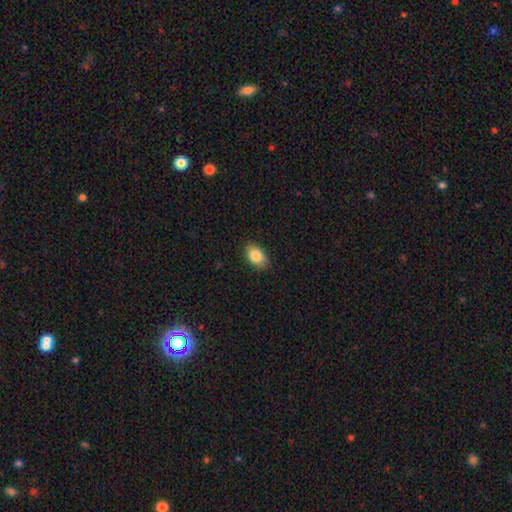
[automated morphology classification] Q: Smooth or featured?
A: smooth (84%); runner-up: star or artifact (8%)
Q: How rounded?
A: in between (85%); runner-up: round (14%)
Q: Merging?
A: none (84%); runner-up: minor disturbance (12%)